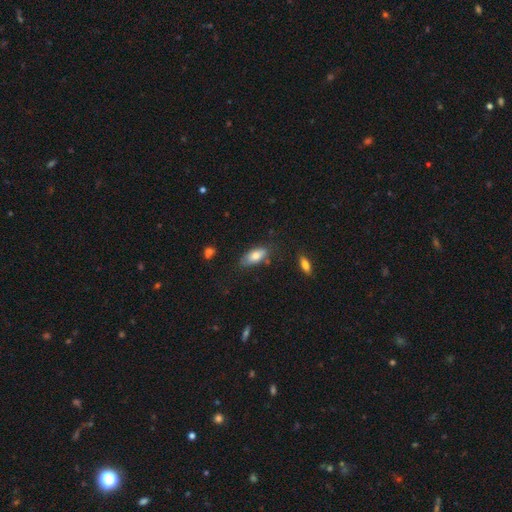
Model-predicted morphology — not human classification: smooth_or_featured: smooth (p=0.76) [alt: featured or disk p=0.17]
how_rounded: in between (p=0.86) [alt: cigar-shaped p=0.11]
merging: none (p=0.67) [alt: minor disturbance p=0.23]